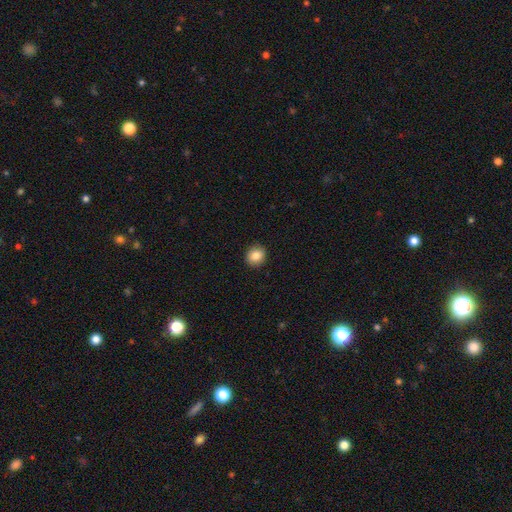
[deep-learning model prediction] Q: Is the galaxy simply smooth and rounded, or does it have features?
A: smooth — 85%.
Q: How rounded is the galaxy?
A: round — 81%.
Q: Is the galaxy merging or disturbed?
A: none — 90%.